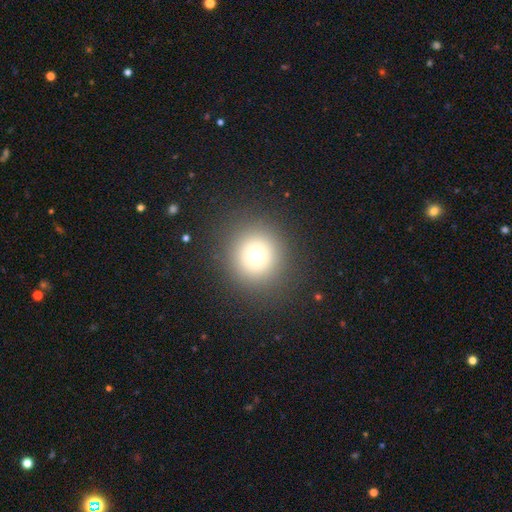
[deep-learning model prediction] Smooth or featured? smooth (68%)
How rounded? round (94%)
Merging? none (89%)